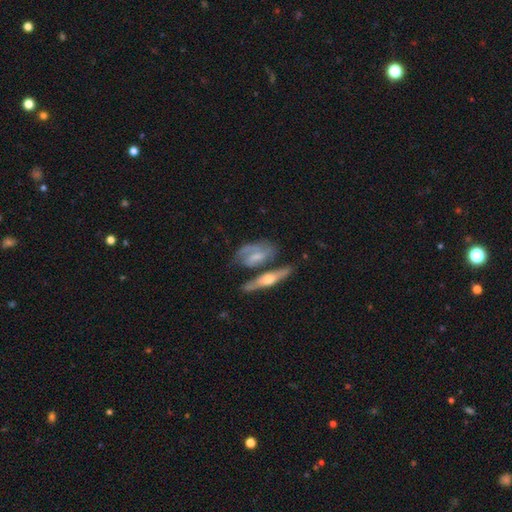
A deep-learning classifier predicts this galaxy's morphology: The model was most divided on "bulge size": small: 42%, moderate: 37%, none: 13%, large: 6%, dominant: 2%. Remaining: edge-on disk — no (80%); spiral arms — yes (79%); smooth or featured — featured or disk (66%); merging — none (50%); bar — no (50%).